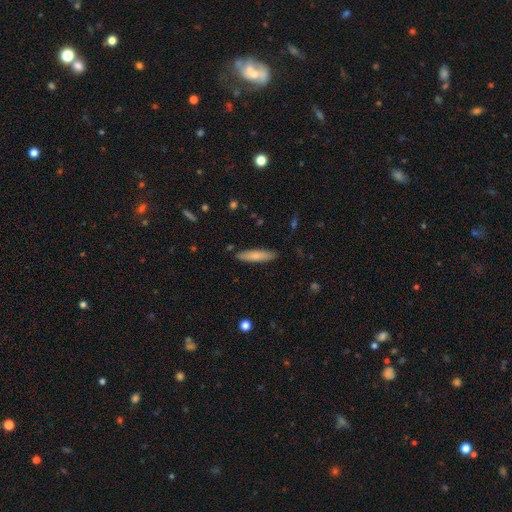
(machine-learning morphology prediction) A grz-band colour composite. It shows a smooth galaxy with no disk features (76%) that is cigar-shaped (82%). Merging: none (88%).